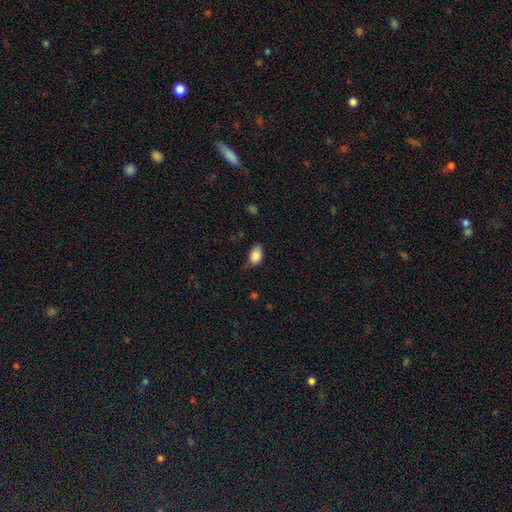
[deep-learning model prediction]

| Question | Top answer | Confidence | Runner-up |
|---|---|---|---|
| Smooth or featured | smooth | 87% | star or artifact (8%) |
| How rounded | in between | 87% | round (12%) |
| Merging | none | 61% | minor disturbance (31%) |